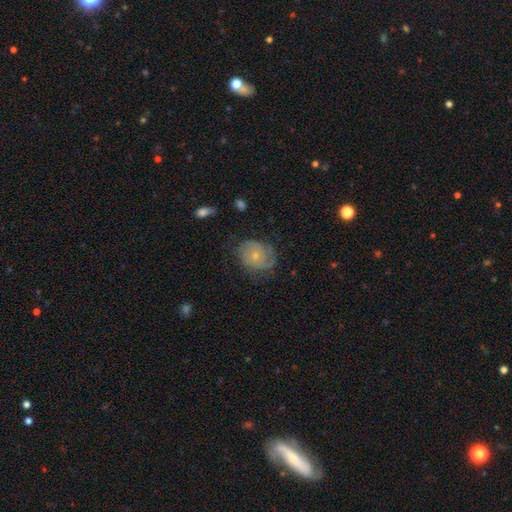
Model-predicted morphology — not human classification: featured or disk 68%, smooth 25%, star or artifact 8%. Down the decision tree: edge-on disk — no (97%); bar — no (78%); spiral arms — yes (89%); spiral arm count — 2 (34%); spiral winding — tight (52%); bulge size — small (68%); merging — none (65%).